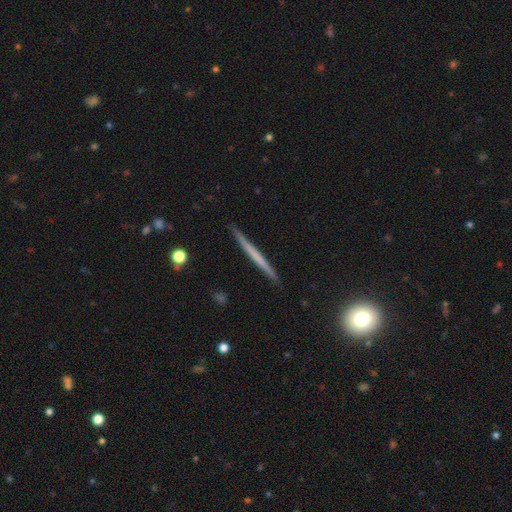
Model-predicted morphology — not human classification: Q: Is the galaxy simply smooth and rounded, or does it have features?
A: featured or disk — 50%.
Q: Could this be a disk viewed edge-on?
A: yes — 97%.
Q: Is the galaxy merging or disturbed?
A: none — 90%.